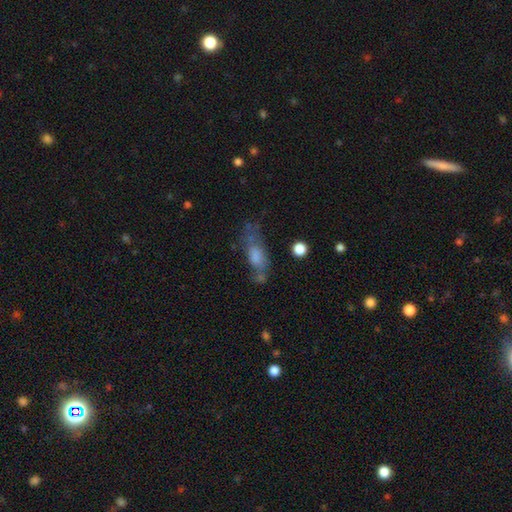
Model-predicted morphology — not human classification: A smooth galaxy with no disk features (50%) that is in between round and cigar-shaped (58%). Merging: none (47%).